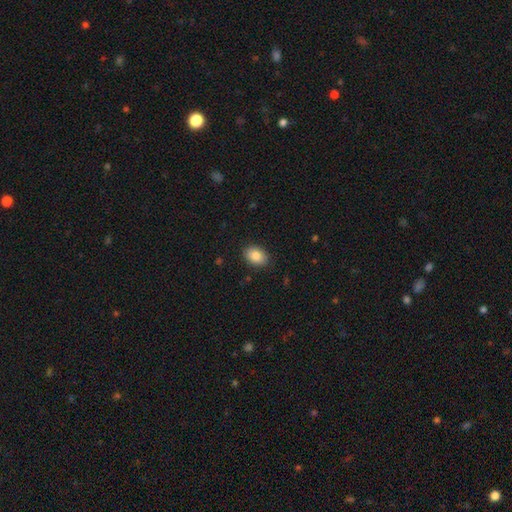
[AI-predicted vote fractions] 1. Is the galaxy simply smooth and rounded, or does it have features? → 85% smooth, 8% star or artifact, 7% featured or disk.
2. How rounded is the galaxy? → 77% in between, 22% round, 1% cigar-shaped.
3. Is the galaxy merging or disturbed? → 88% none, 9% minor disturbance, 2% major disturbance, 1% merger.